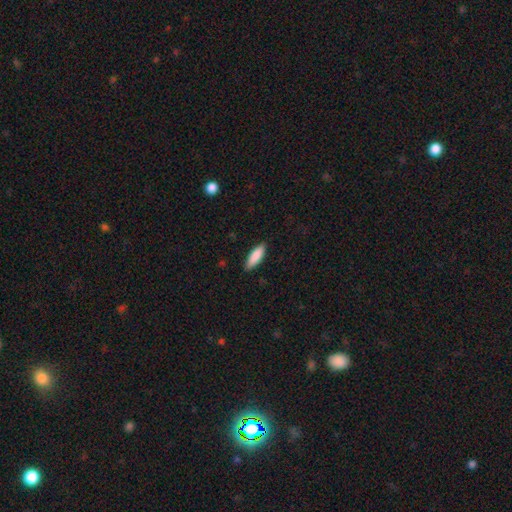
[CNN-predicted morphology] Smooth or featured: smooth — 87% (featured or disk — 8%)
How rounded: in between — 52% (cigar-shaped — 47%)
Merging: none — 87% (minor disturbance — 10%)